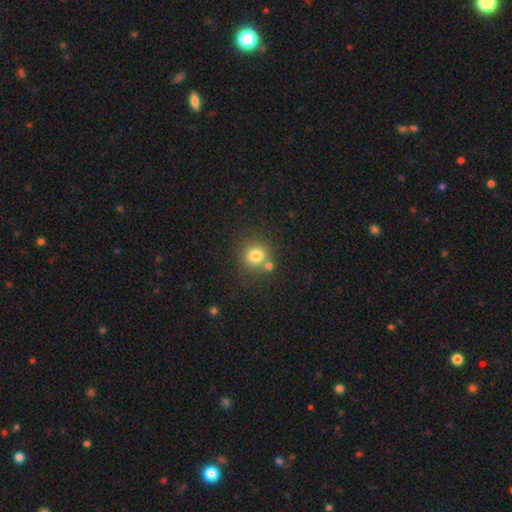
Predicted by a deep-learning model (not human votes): smooth-or-featured: smooth: 79% | star or artifact: 13% | featured or disk: 8%
  how-rounded: round: 87% | in between: 12% | cigar-shaped: 1%
  merging: none: 69% | merger: 19% | minor disturbance: 9% | major disturbance: 3%